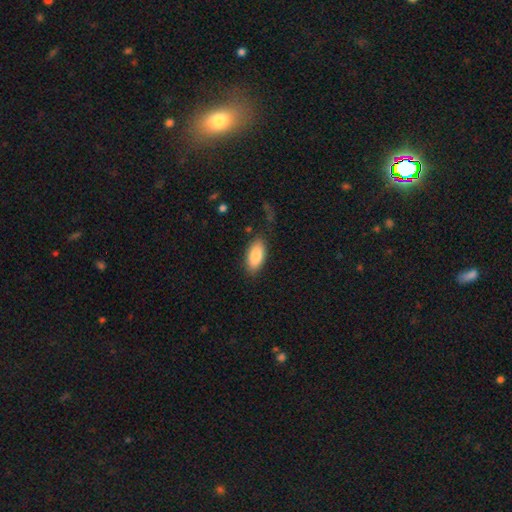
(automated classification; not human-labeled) This appears to be a smooth galaxy with no disk features (84%) that is in between round and cigar-shaped (90%). Merging: none (81%).